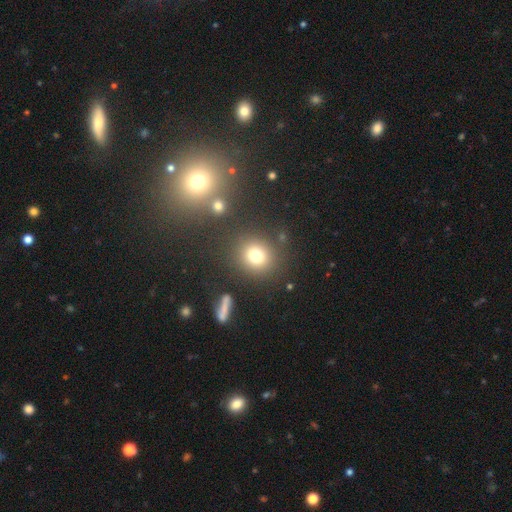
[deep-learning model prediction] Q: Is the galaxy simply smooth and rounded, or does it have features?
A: smooth — 76%.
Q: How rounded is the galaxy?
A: round — 84%.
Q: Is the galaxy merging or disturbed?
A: none — 82%.